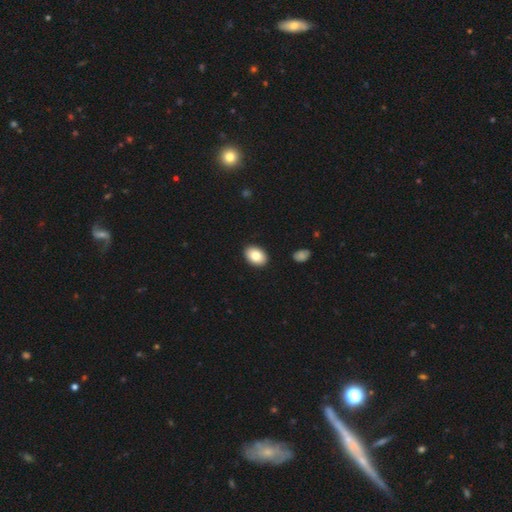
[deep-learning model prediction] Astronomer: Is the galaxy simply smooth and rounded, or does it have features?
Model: smooth — 84%.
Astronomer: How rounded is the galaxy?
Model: in between — 83%.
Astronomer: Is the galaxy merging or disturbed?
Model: none — 90%.